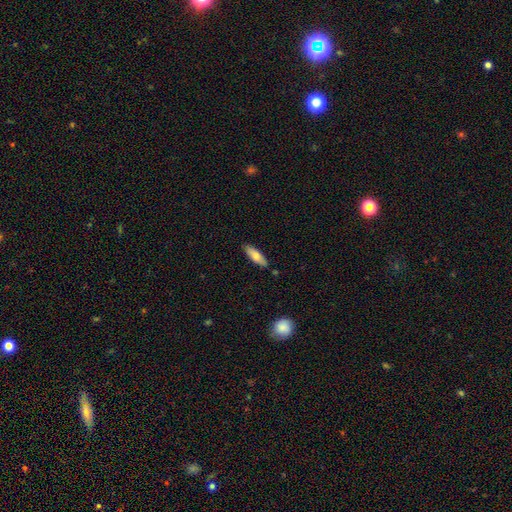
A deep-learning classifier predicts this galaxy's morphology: smooth_or_featured: smooth (p=0.71) [alt: featured or disk p=0.22]
how_rounded: in between (p=0.53) [alt: cigar-shaped p=0.45]
merging: none (p=0.84) [alt: minor disturbance p=0.12]